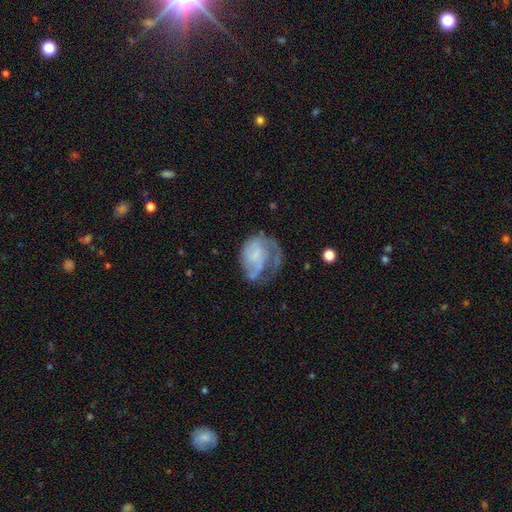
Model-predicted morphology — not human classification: Q: Smooth or featured?
A: featured or disk (60%); runner-up: smooth (31%)
Q: Edge-on disk?
A: no (98%); runner-up: yes (2%)
Q: Bar?
A: no (68%); runner-up: weak (26%)
Q: Spiral arms?
A: yes (66%); runner-up: no (34%)
Q: Bulge size?
A: none (55%); runner-up: small (24%)
Q: Merging?
A: major disturbance (42%); runner-up: none (31%)